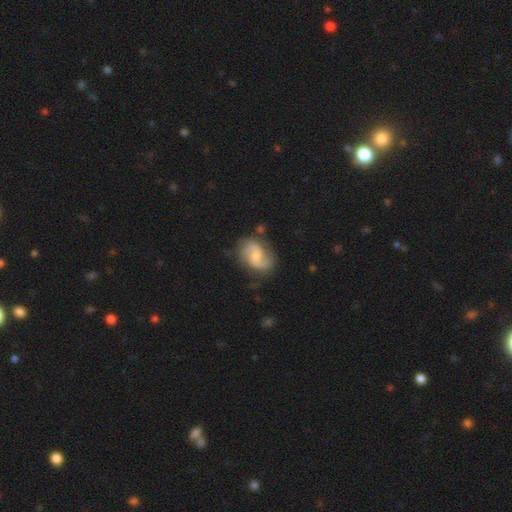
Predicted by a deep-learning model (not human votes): smooth_or_featured: featured or disk (p=0.80) [alt: smooth p=0.14]
disk_edge_on: no (p=0.98) [alt: yes p=0.02]
bar: no (p=0.48) [alt: weak p=0.45]
has_spiral_arms: yes (p=0.96) [alt: no p=0.04]
spiral_winding: medium (p=0.50) [alt: loose p=0.34]
spiral_arm_count: 2 (p=0.90) [alt: can't tell p=0.04]
bulge_size: small (p=0.43) [alt: moderate p=0.40]
merging: none (p=0.72) [alt: minor disturbance p=0.18]